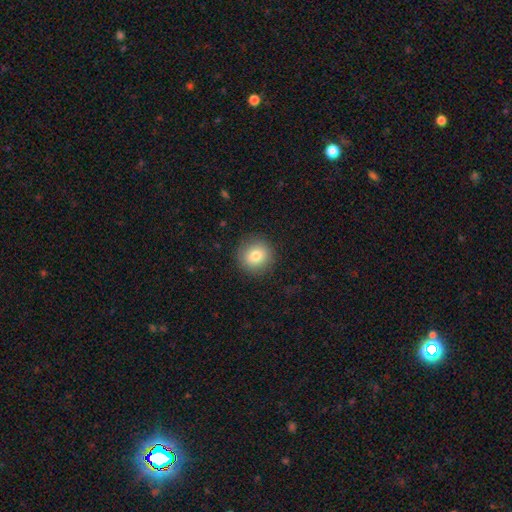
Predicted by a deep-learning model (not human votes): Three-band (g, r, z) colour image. It shows a smooth galaxy with no disk features (79%) that is round (93%). Merging: none (88%).